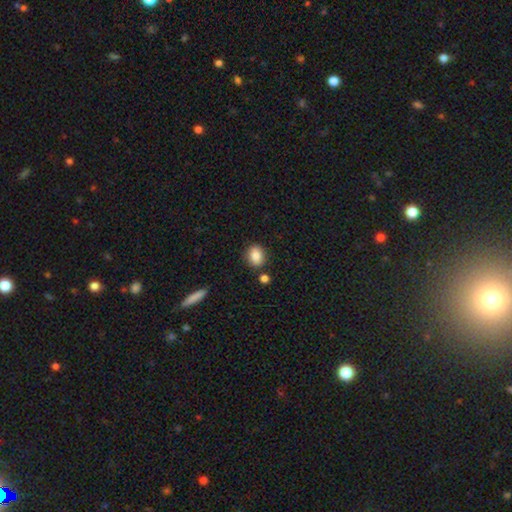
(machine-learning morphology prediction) smooth_or_featured: smooth (p=0.86) [alt: star or artifact p=0.09]
how_rounded: in between (p=0.54) [alt: round p=0.45]
merging: none (p=0.80) [alt: minor disturbance p=0.11]